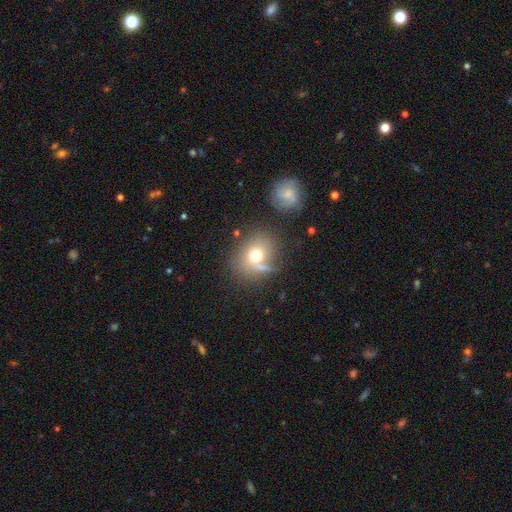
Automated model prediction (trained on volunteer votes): This appears to be a smooth galaxy with no disk features (67%) that is round (67%). Merging: none (57%).